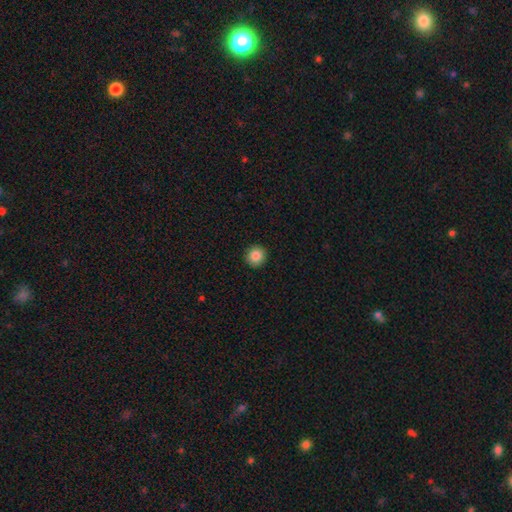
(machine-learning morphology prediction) type=smooth (86%); roundness=round (95%); merging=none (93%).